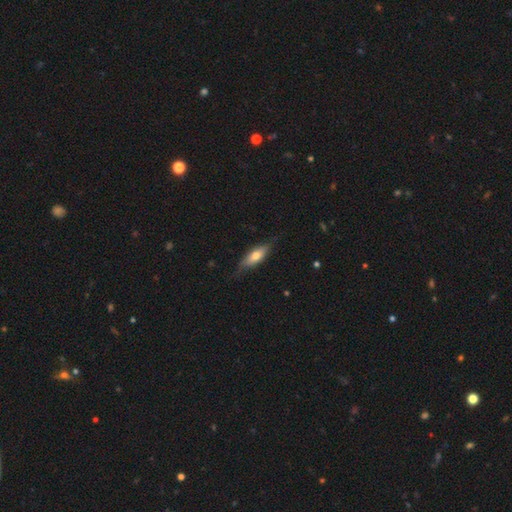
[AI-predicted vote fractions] A smooth galaxy with no disk features (55%) that is in between round and cigar-shaped (60%).

Vote fractions:
- Smooth or featured? smooth: 55% / featured or disk: 39% / star or artifact: 6%
- How rounded? in between: 60% / cigar-shaped: 37% / round: 3%
- Merging? none: 69% / minor disturbance: 24% / major disturbance: 6% / merger: 1%